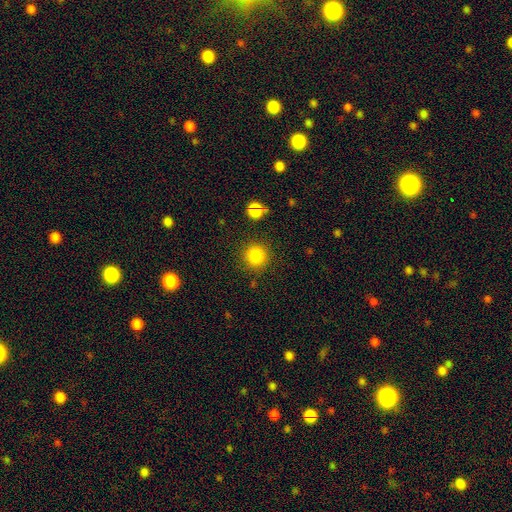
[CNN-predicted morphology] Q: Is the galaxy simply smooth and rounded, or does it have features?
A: smooth — 84%.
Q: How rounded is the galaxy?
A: round — 94%.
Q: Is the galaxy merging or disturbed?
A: none — 88%.